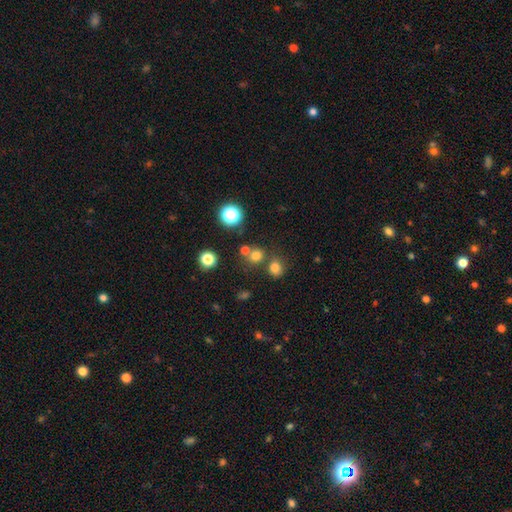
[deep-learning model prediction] A smooth galaxy with no disk features (72%) that is round (83%).

Vote fractions:
- Smooth or featured? smooth: 72% / star or artifact: 21% / featured or disk: 7%
- How rounded? round: 83% / in between: 16% / cigar-shaped: 1%
- Merging? none: 66% / merger: 22% / minor disturbance: 8% / major disturbance: 4%